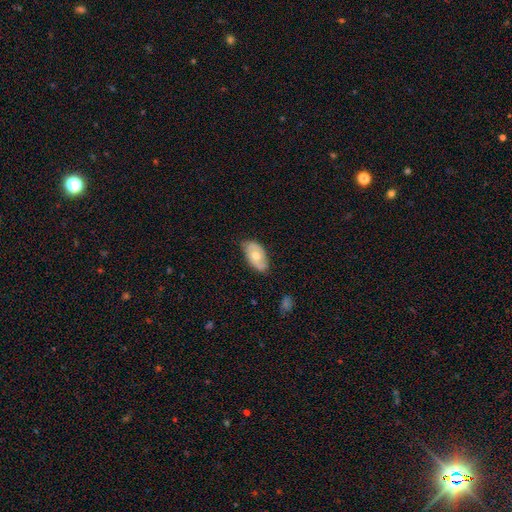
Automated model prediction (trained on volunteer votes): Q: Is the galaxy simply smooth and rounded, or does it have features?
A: smooth — 51%.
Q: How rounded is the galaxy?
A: in between — 93%.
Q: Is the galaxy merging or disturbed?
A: none — 74%.